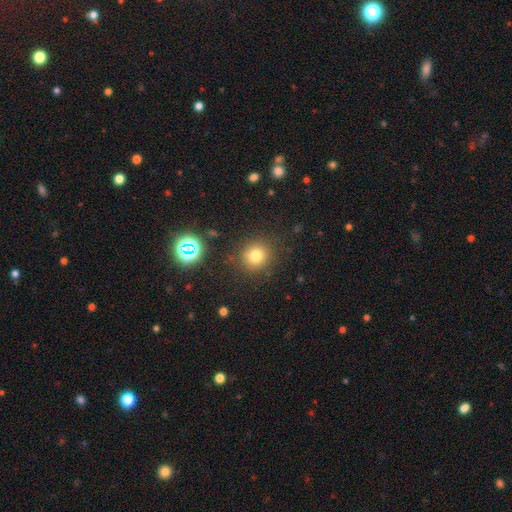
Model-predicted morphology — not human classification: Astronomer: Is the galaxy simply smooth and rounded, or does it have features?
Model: smooth — 75%.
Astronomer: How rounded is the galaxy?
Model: round — 90%.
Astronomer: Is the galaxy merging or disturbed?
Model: none — 87%.